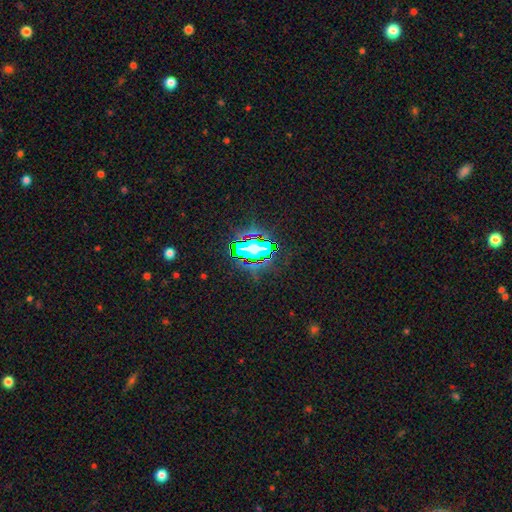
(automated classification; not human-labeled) This is clearly a star or artifact rather than a galaxy (81%).